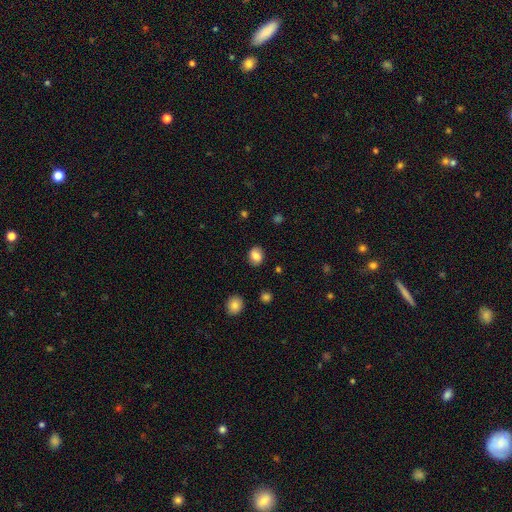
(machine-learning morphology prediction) A smooth galaxy with no disk features (78%) that is round (52%). Merging: none (85%).